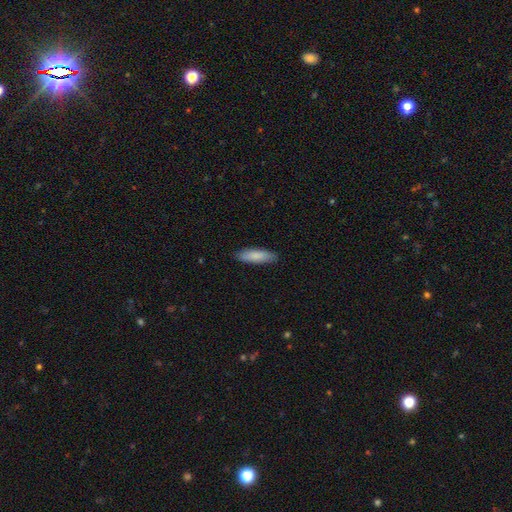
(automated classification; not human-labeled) A smooth galaxy with no disk features (86%) that is cigar-shaped (54%).

Vote fractions:
- Smooth or featured? smooth: 86% / featured or disk: 8% / star or artifact: 5%
- How rounded? cigar-shaped: 54% / in between: 45% / round: 1%
- Merging? none: 88% / minor disturbance: 9% / major disturbance: 2% / merger: 1%